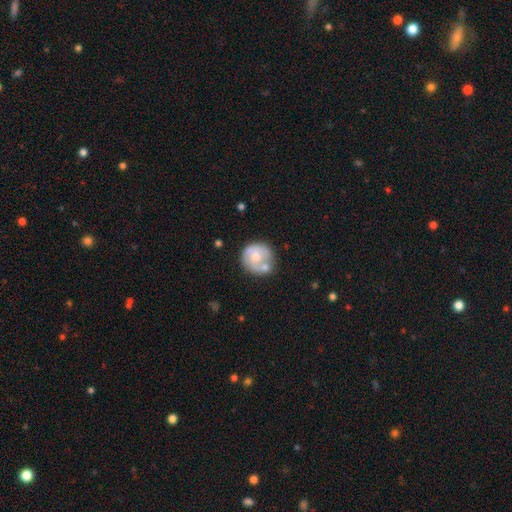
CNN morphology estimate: Smooth or featured?
  - smooth: 49% *
  - featured or disk: 45%
  - star or artifact: 6%
Merging?
  - none: 51% *
  - merger: 22%
  - minor disturbance: 20%
  - major disturbance: 8%